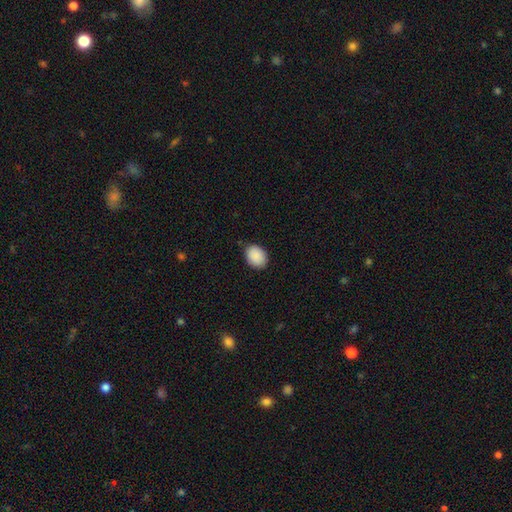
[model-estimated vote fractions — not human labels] A smooth galaxy with no disk features (90%) that is in between round and cigar-shaped (66%).

Vote fractions:
- Smooth or featured? smooth: 90% / star or artifact: 7% / featured or disk: 3%
- How rounded? in between: 66% / round: 33% / cigar-shaped: 1%
- Merging? none: 86% / minor disturbance: 11% / major disturbance: 2% / merger: 1%